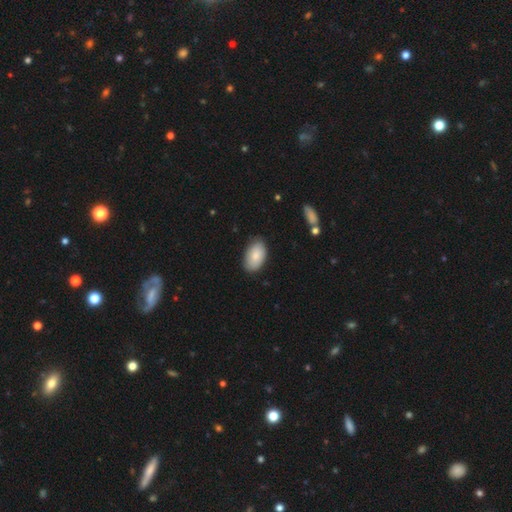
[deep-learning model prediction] smooth 82%, featured or disk 12%, star or artifact 6%. Down the decision tree: how rounded — in between (94%); merging — none (81%).